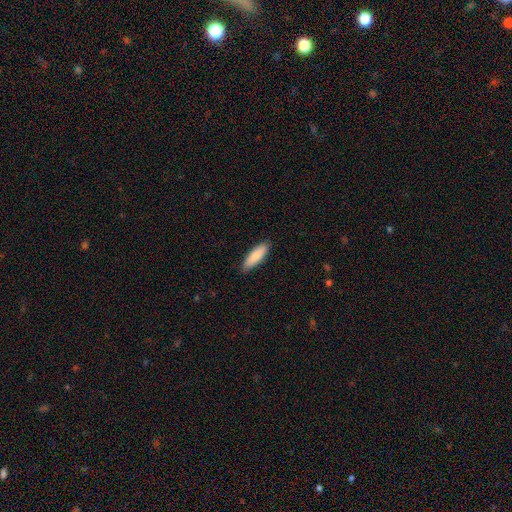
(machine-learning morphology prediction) Smooth or featured?
  - smooth: 88% *
  - featured or disk: 7%
  - star or artifact: 6%
How rounded?
  - cigar-shaped: 52% *
  - in between: 47%
  - round: 1%
Merging?
  - none: 88% *
  - minor disturbance: 9%
  - major disturbance: 2%
  - merger: 1%